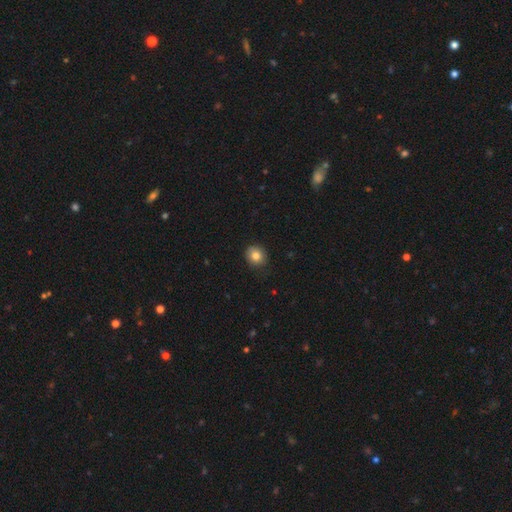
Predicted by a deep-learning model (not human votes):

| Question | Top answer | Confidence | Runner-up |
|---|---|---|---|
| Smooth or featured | smooth | 83% | star or artifact (10%) |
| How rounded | round | 81% | in between (18%) |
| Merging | none | 86% | minor disturbance (11%) |